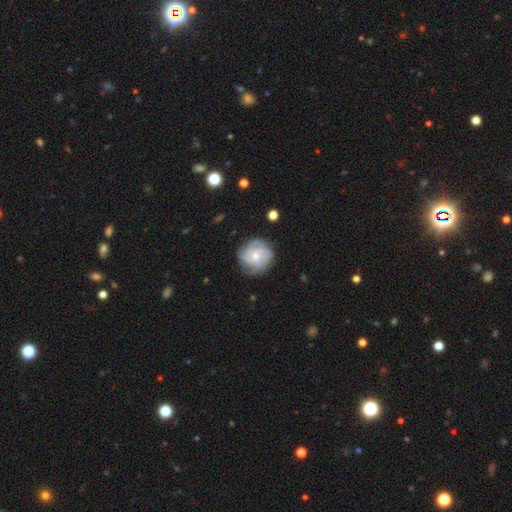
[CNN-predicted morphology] Smooth or featured?
  - featured or disk: 69% *
  - smooth: 25%
  - star or artifact: 7%
Edge-on disk?
  - no: 98% *
  - yes: 2%
Bar?
  - no: 70% *
  - weak: 26%
  - strong: 4%
Spiral arms?
  - yes: 88% *
  - no: 12%
Spiral winding?
  - tight: 56% *
  - medium: 33%
  - loose: 11%
Spiral arm count?
  - can't tell: 35% *
  - 3: 26%
  - 2: 15%
  - 4: 14%
  - 1: 5%
  - more than 4: 5%
Bulge size?
  - small: 54% *
  - moderate: 42%
  - large: 2%
  - none: 2%
  - dominant: 1%
Merging?
  - none: 76% *
  - minor disturbance: 17%
  - major disturbance: 6%
  - merger: 1%